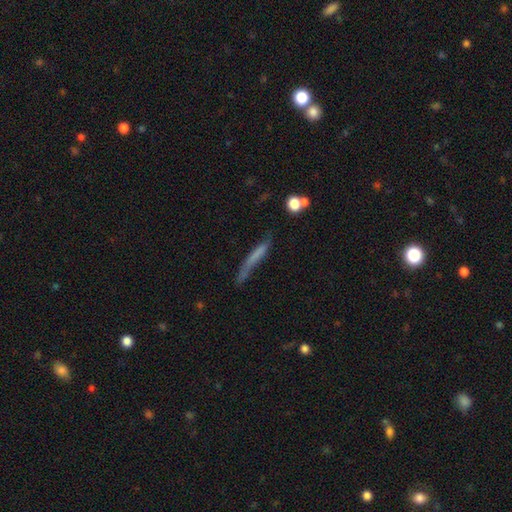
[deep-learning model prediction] Smooth or featured? smooth (57%)
How rounded? cigar-shaped (92%)
Merging? none (55%)